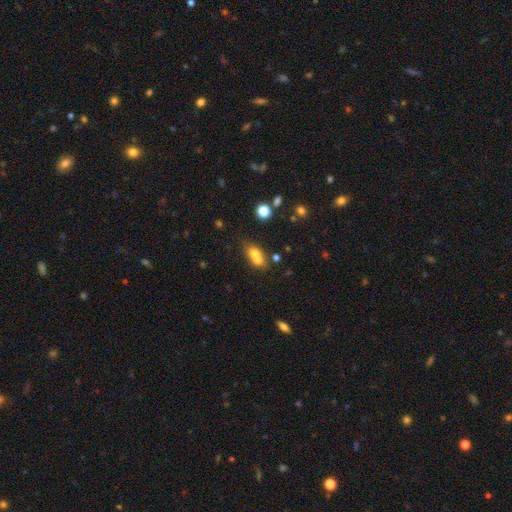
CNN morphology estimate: Smooth or featured? Predicted: smooth (p=0.67). How rounded? Predicted: in between (p=0.56). Merging? Predicted: merger (p=0.62).